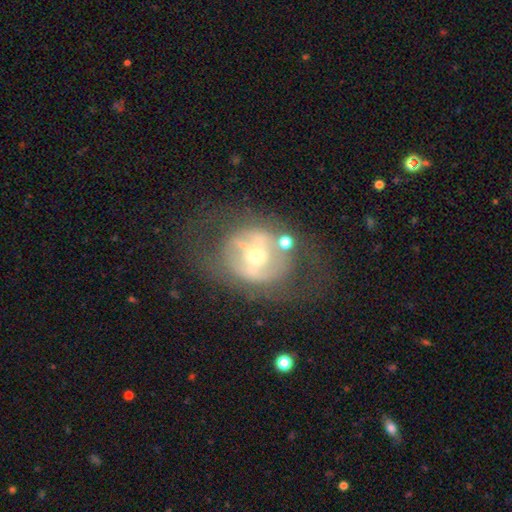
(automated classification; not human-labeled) Smooth or featured? featured or disk (71%)
Edge-on disk? no (94%)
Bar? strong (40%)
Spiral arms? no (63%)
Bulge size? moderate (50%)
Merging? none (55%)